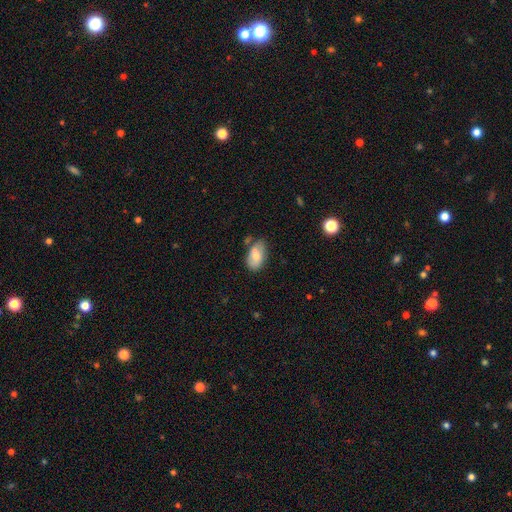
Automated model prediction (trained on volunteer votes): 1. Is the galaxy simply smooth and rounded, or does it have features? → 73% smooth, 20% featured or disk, 7% star or artifact.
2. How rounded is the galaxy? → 92% in between, 6% round, 2% cigar-shaped.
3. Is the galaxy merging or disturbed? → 58% none, 27% minor disturbance, 10% merger, 6% major disturbance.